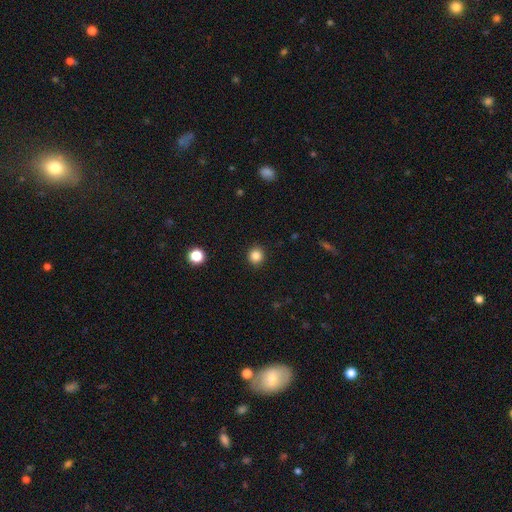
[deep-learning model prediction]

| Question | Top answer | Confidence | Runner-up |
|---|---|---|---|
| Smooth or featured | smooth | 85% | star or artifact (12%) |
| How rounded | round | 90% | in between (9%) |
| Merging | none | 91% | minor disturbance (6%) |